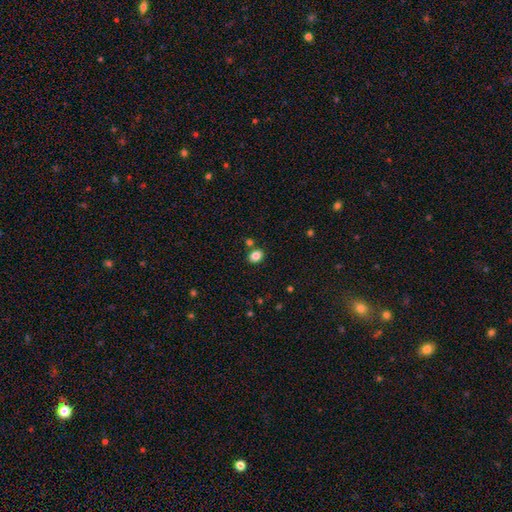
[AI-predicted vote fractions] Smooth or featured?
  - smooth: 84% *
  - star or artifact: 10%
  - featured or disk: 5%
How rounded?
  - in between: 62% *
  - round: 37%
  - cigar-shaped: 1%
Merging?
  - none: 79% *
  - minor disturbance: 10%
  - merger: 9%
  - major disturbance: 3%